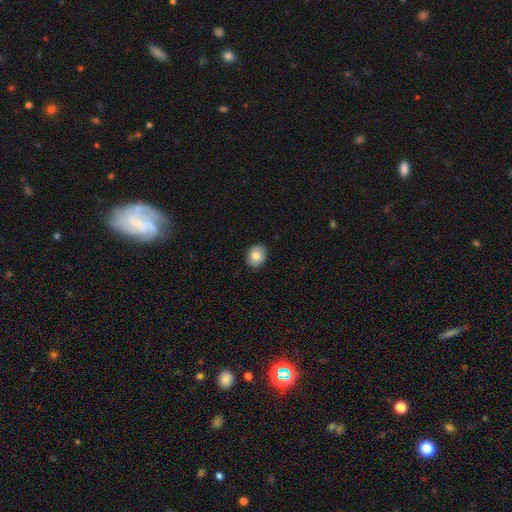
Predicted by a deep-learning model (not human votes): Q: Smooth or featured?
A: smooth (79%); runner-up: featured or disk (13%)
Q: How rounded?
A: round (60%); runner-up: in between (39%)
Q: Merging?
A: none (90%); runner-up: minor disturbance (8%)